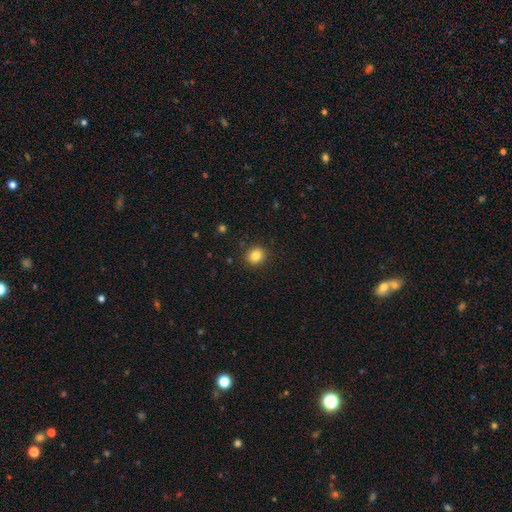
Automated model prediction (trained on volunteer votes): A smooth galaxy with no disk features (84%) that is round (80%). Merging: none (90%).